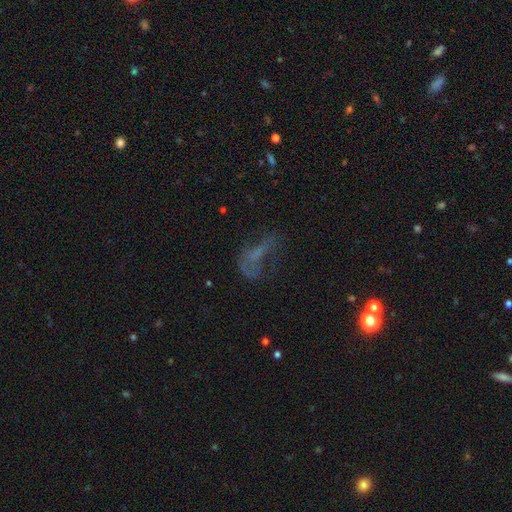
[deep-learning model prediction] Smooth or featured? featured or disk (40%)
Merging? major disturbance (44%)